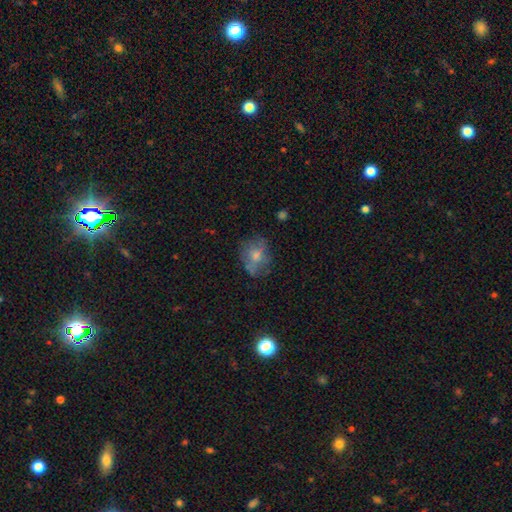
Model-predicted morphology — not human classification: smooth-or-featured: smooth: 51% | featured or disk: 34% | star or artifact: 15%
  how-rounded: round: 59% | in between: 40% | cigar-shaped: 1%
  merging: none: 64% | minor disturbance: 22% | major disturbance: 10% | merger: 4%